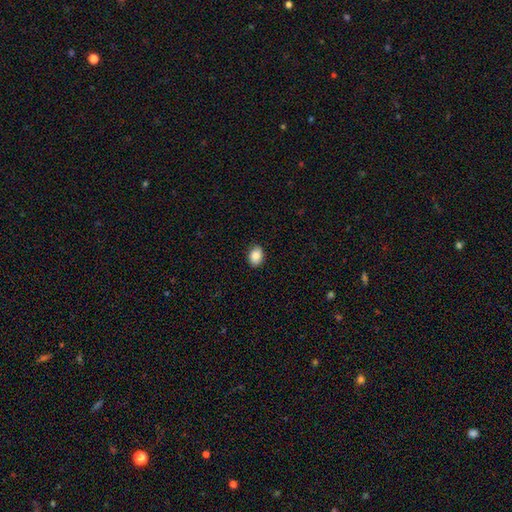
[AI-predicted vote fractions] Smooth or featured? smooth (88%)
How rounded? in between (78%)
Merging? none (87%)